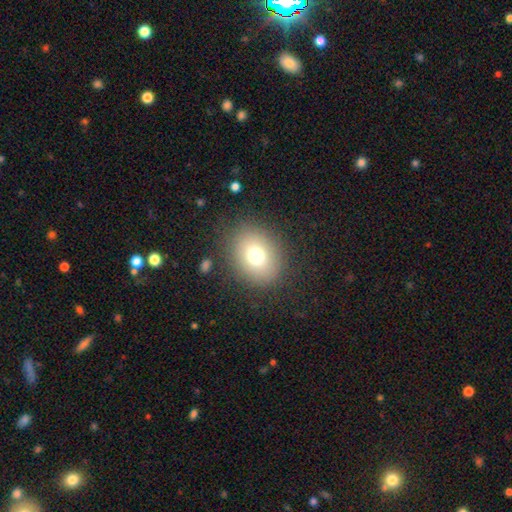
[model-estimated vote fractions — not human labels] Smooth or featured: smooth — 74% (star or artifact — 14%)
How rounded: round — 56% (in between — 43%)
Merging: none — 84% (minor disturbance — 9%)